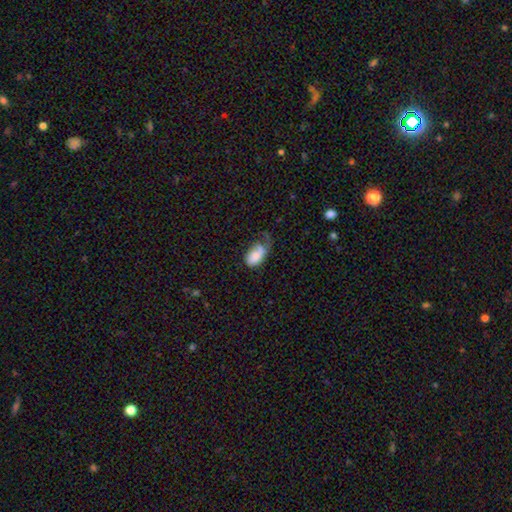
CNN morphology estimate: smooth 72%, featured or disk 21%, star or artifact 7%. Down the decision tree: how rounded — in between (93%); merging — major disturbance (38%).